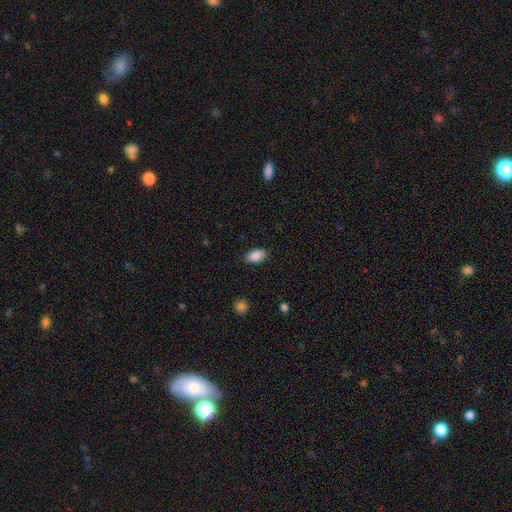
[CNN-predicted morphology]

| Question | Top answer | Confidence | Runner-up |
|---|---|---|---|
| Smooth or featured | smooth | 87% | star or artifact (7%) |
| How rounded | in between | 92% | round (5%) |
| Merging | none | 85% | minor disturbance (11%) |